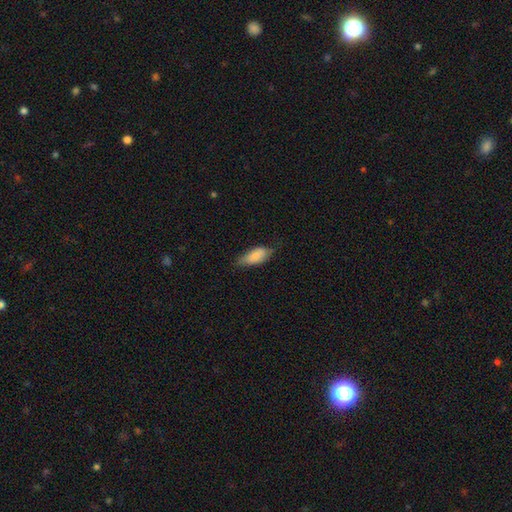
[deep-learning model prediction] A smooth galaxy with no disk features (79%) that is in between round and cigar-shaped (85%).

Vote fractions:
- Smooth or featured? smooth: 79% / featured or disk: 15% / star or artifact: 6%
- How rounded? in between: 85% / cigar-shaped: 13% / round: 2%
- Merging? none: 59% / minor disturbance: 32% / major disturbance: 7% / merger: 1%